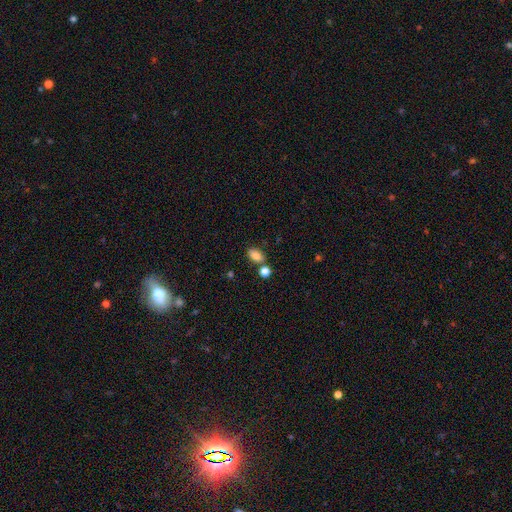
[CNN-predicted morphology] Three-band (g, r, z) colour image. It shows a smooth galaxy with no disk features (83%) that is in between round and cigar-shaped (85%). Merging: none (71%).